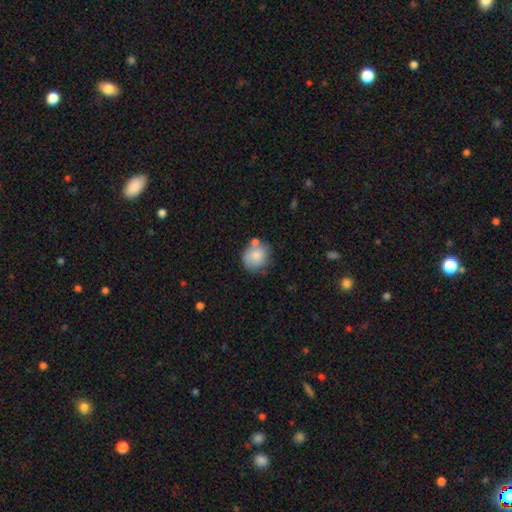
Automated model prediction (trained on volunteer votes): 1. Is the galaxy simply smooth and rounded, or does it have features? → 79% smooth, 13% featured or disk, 8% star or artifact.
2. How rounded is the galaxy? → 77% round, 22% in between, 1% cigar-shaped.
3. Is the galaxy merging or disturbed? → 60% none, 19% minor disturbance, 16% merger, 5% major disturbance.